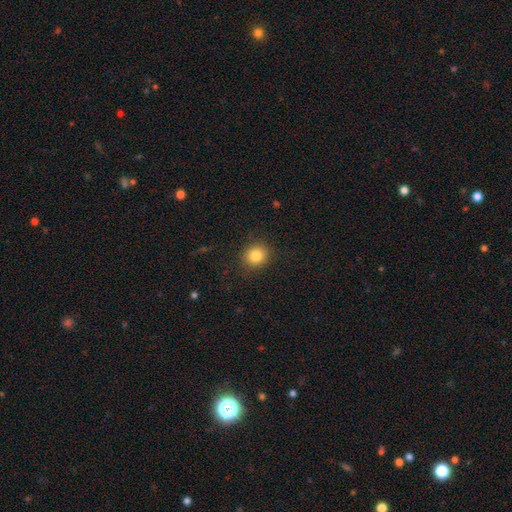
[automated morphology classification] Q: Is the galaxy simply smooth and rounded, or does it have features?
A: smooth — 83%.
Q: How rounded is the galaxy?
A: round — 81%.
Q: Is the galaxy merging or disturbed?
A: none — 88%.